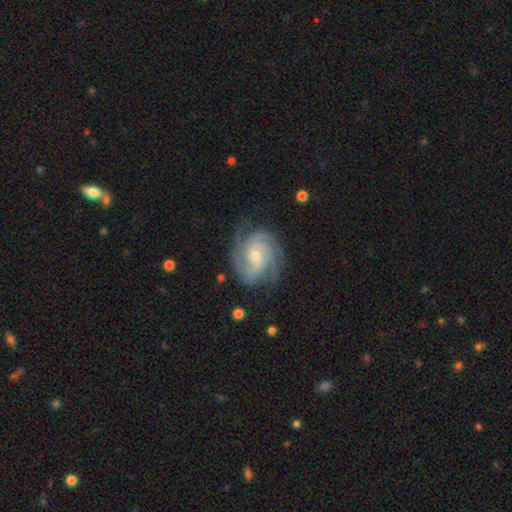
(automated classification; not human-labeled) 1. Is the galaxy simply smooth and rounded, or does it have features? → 90% featured or disk, 5% smooth, 5% star or artifact.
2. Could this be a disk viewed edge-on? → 98% no, 2% yes.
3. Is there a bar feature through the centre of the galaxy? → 62% no, 31% weak, 7% strong.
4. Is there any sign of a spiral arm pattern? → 98% yes, 2% no.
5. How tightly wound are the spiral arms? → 61% tight, 34% medium, 5% loose.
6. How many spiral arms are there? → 38% 3, 25% 4, 13% 2, 12% can't tell, 6% more than 4, 5% 1.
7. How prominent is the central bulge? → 65% small, 31% moderate, 2% none, 1% large, 1% dominant.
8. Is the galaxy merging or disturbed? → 78% none, 16% minor disturbance, 5% major disturbance, 1% merger.